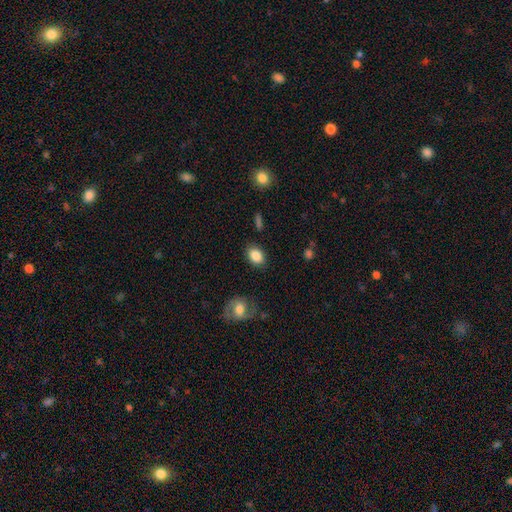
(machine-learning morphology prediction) Smooth or featured? Predicted: smooth (p=0.86). How rounded? Predicted: in between (p=0.74). Merging? Predicted: none (p=0.85).